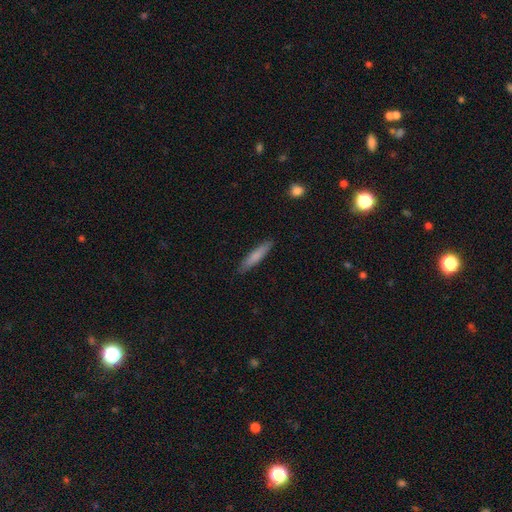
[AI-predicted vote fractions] A smooth galaxy with no disk features (76%) that is cigar-shaped (88%). Merging: none (89%).